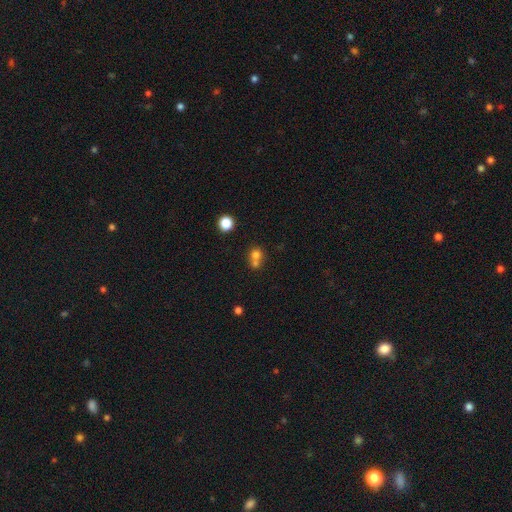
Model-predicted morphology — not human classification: Smooth or featured: smooth — 71% (star or artifact — 15%)
How rounded: round — 82% (in between — 17%)
Merging: merger — 53% (none — 38%)